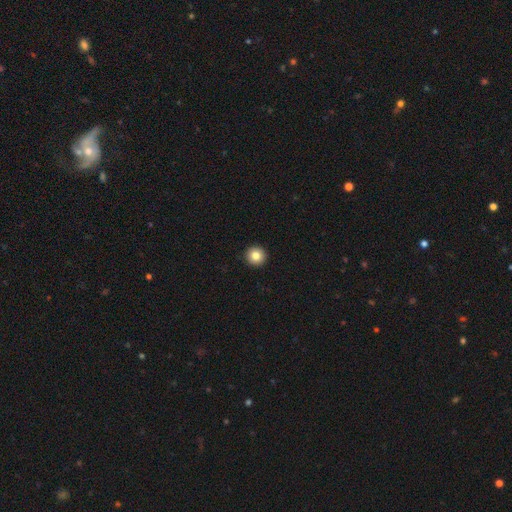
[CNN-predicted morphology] The model was most divided on "smooth or featured": smooth: 83%, star or artifact: 10%, featured or disk: 7%. More confident: how rounded — round (96%); merging — none (94%).